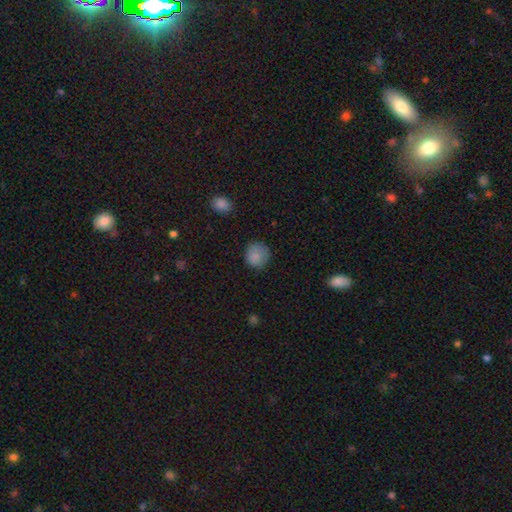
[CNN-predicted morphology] type=smooth (85%); roundness=round (88%); merging=none (77%).